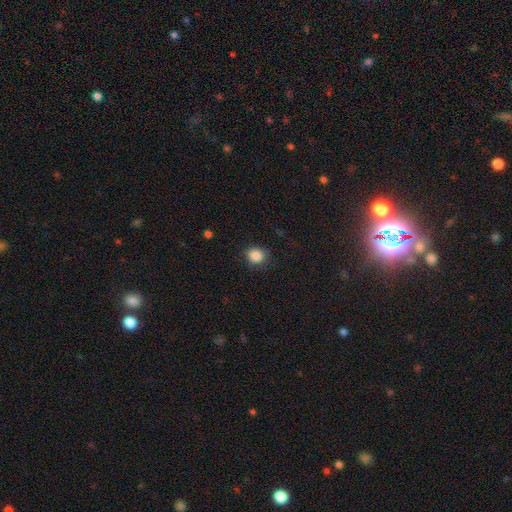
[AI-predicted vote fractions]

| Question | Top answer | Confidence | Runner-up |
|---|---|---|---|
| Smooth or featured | smooth | 86% | star or artifact (10%) |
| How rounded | round | 75% | in between (24%) |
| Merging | none | 79% | minor disturbance (16%) |